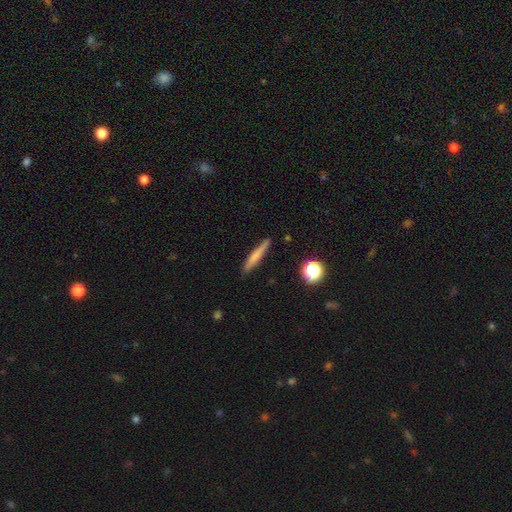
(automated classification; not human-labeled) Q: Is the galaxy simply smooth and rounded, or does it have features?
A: smooth — 65%.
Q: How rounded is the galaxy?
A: cigar-shaped — 93%.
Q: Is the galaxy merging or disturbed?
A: none — 87%.